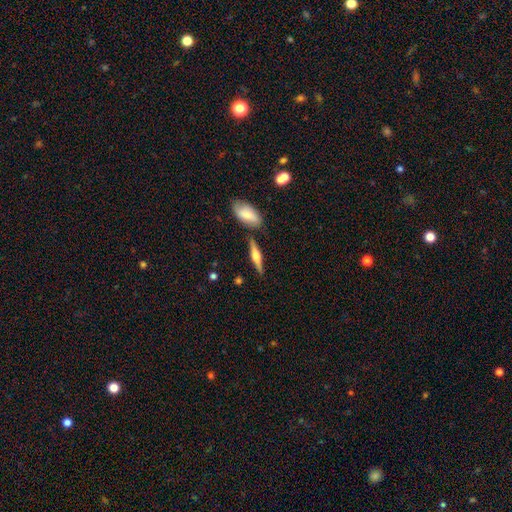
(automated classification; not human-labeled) This is possibly a featured or disk galaxy (59%). It is clearly viewed edge-on (96%). Edge-on bulge: clearly rounded (86%). Merging: likely none (79%).